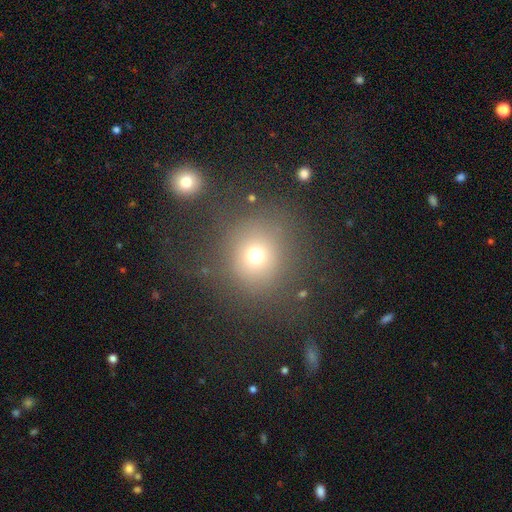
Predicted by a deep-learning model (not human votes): A smooth galaxy with no disk features (70%) that is round (88%).

Vote fractions:
- Smooth or featured? smooth: 70% / star or artifact: 19% / featured or disk: 12%
- How rounded? round: 88% / in between: 11% / cigar-shaped: 1%
- Merging? none: 73% / minor disturbance: 12% / major disturbance: 10% / merger: 6%